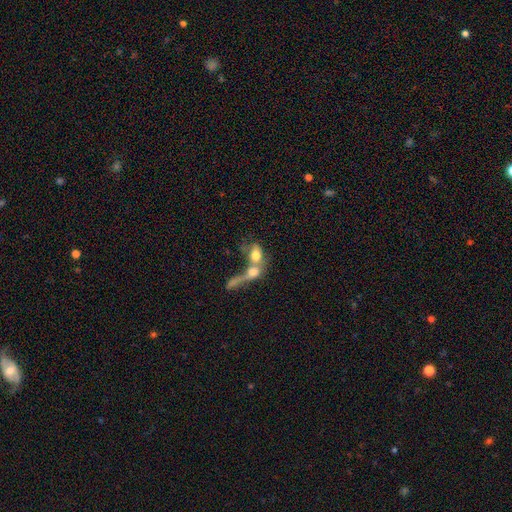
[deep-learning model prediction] Smooth or featured? smooth (62%)
How rounded? in between (64%)
Merging? merger (74%)